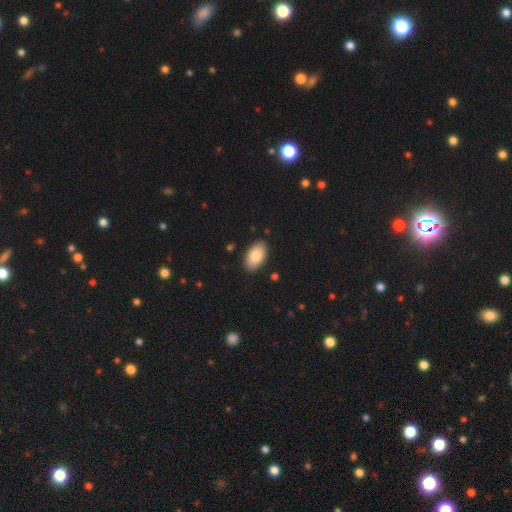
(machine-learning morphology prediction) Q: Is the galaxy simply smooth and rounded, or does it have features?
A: smooth — 87%.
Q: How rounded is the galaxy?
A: in between — 95%.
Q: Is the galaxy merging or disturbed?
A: none — 87%.